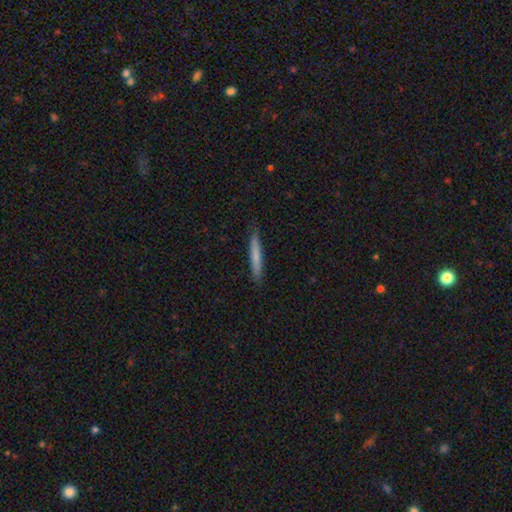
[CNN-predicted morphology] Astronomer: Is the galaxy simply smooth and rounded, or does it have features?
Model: smooth — 72%.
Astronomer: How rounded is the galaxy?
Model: cigar-shaped — 95%.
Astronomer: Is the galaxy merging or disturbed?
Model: none — 87%.